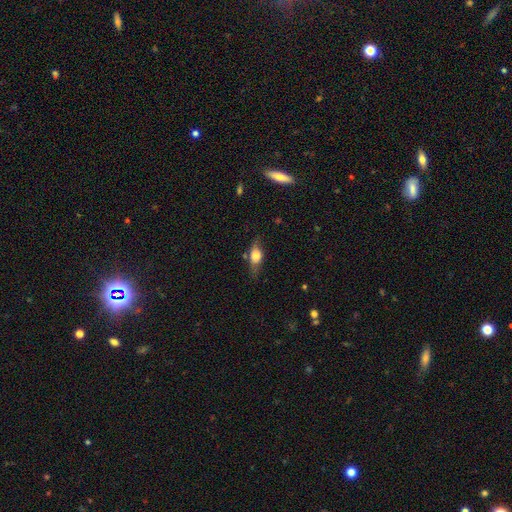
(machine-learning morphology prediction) Smooth or featured? smooth (60%)
How rounded? in between (70%)
Merging? none (62%)